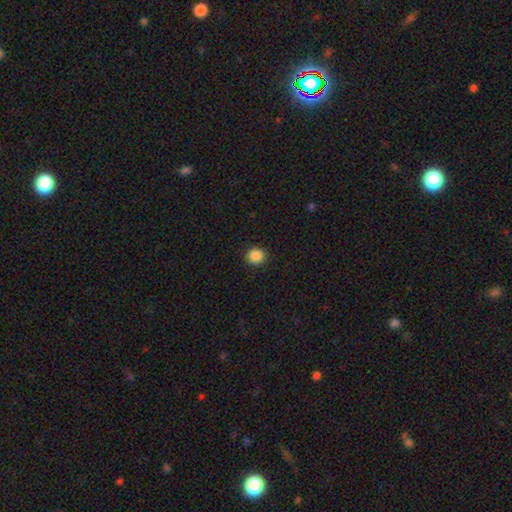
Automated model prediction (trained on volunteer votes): smooth-or-featured: smooth: 87% | star or artifact: 10% | featured or disk: 3%
  how-rounded: round: 91% | in between: 8% | cigar-shaped: 1%
  merging: none: 91% | minor disturbance: 6% | major disturbance: 2% | merger: 1%